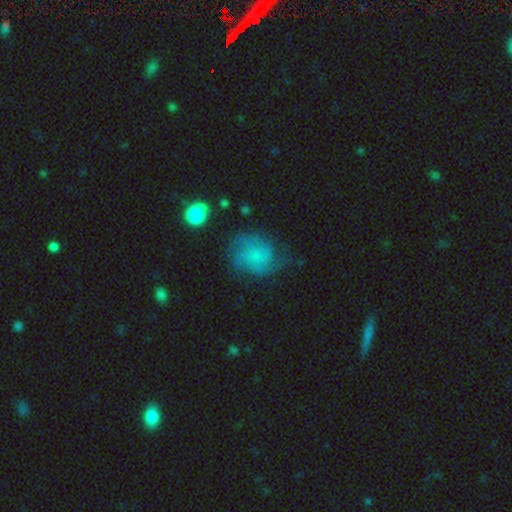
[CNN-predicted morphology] featured or disk 54%, smooth 35%, star or artifact 10%. Down the decision tree: edge-on disk — no (98%); bar — no (76%); spiral arms — yes (86%); bulge size — small (46%); merging — none (57%).